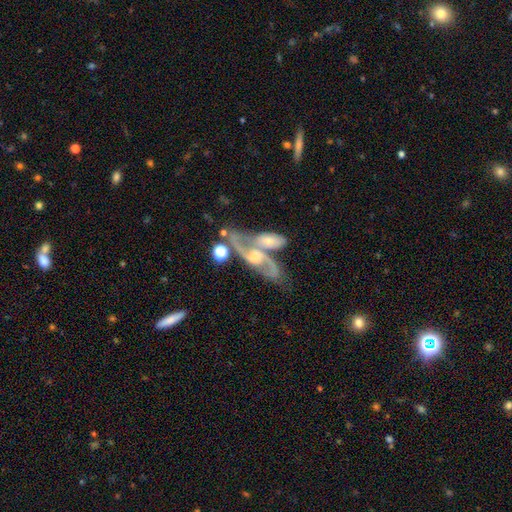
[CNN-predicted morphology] Smooth or featured?
  - featured or disk: 81% *
  - smooth: 11%
  - star or artifact: 7%
Edge-on disk?
  - no: 84% *
  - yes: 16%
Bar?
  - no: 50% *
  - weak: 37%
  - strong: 13%
Spiral arms?
  - yes: 91% *
  - no: 9%
Spiral winding?
  - loose: 50% *
  - medium: 39%
  - tight: 12%
Spiral arm count?
  - 2: 86% *
  - can't tell: 6%
  - 1: 4%
  - 3: 2%
  - 4: 1%
  - more than 4: 1%
Bulge size?
  - moderate: 51% *
  - small: 28%
  - large: 12%
  - none: 7%
  - dominant: 2%
Merging?
  - merger: 51% *
  - none: 29%
  - minor disturbance: 11%
  - major disturbance: 10%